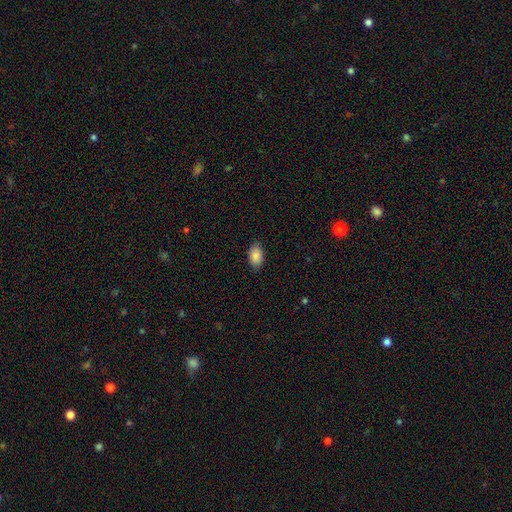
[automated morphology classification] This is clearly a smooth galaxy (89%). How rounded: clearly in between (92%). Merging: clearly none (86%).